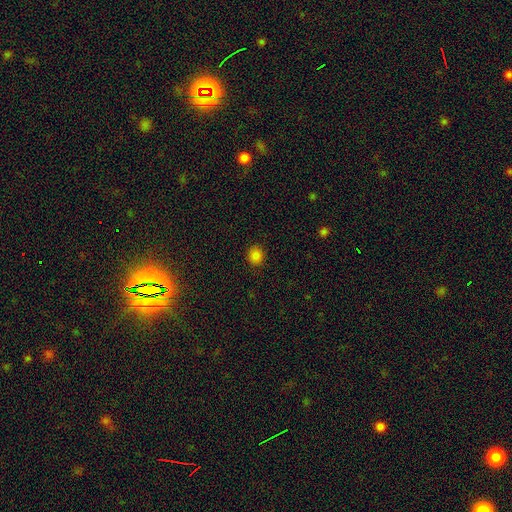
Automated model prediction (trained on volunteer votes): Smooth or featured?
  - smooth: 82% *
  - star or artifact: 13%
  - featured or disk: 4%
How rounded?
  - round: 82% *
  - in between: 18%
  - cigar-shaped: 1%
Merging?
  - none: 90% *
  - minor disturbance: 7%
  - major disturbance: 2%
  - merger: 1%